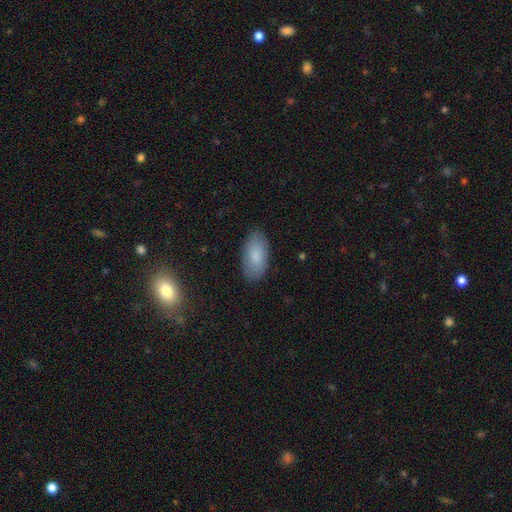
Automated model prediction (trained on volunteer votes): Smooth or featured? smooth (83%)
How rounded? in between (94%)
Merging? none (85%)